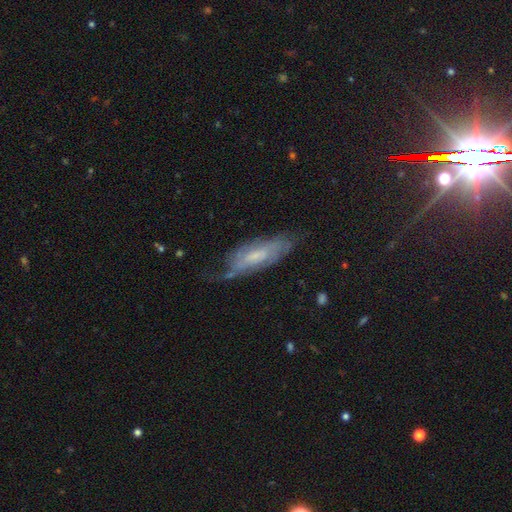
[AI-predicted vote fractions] Overall: featured or disk (62%; smooth 28%). Edge-on disk: no (77%). Merging: none (56%; minor disturbance 28%).